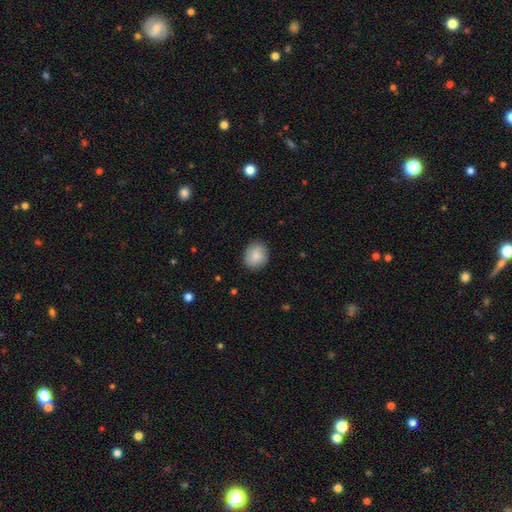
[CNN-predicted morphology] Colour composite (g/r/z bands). It shows a smooth galaxy with no disk features (84%) that is round (73%). Merging: none (87%).